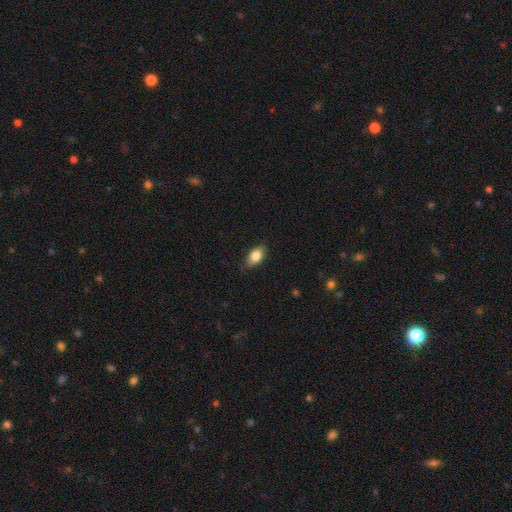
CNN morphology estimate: This appears to be a smooth galaxy with no disk features (81%) that is in between round and cigar-shaped (88%). Merging: none (82%).